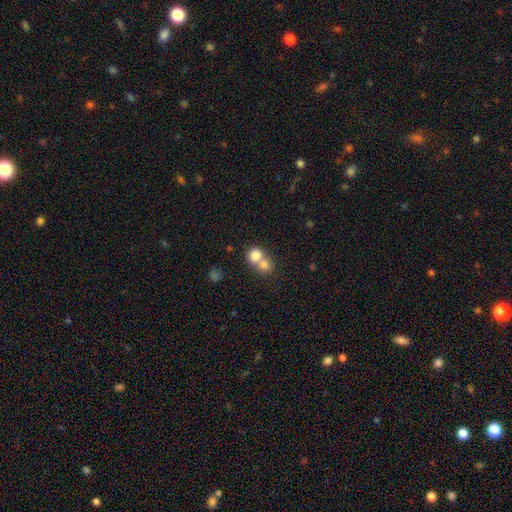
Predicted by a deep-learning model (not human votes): Overall: smooth (79%). How rounded: round (81%). Merging: merger (59%; none 34%).